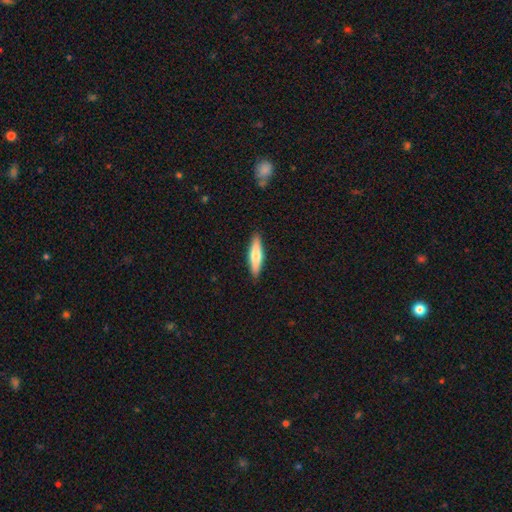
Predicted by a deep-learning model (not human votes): Smooth or featured?
  - smooth: 64% *
  - featured or disk: 30%
  - star or artifact: 5%
How rounded?
  - cigar-shaped: 75% *
  - in between: 24%
  - round: 2%
Merging?
  - none: 90% *
  - minor disturbance: 7%
  - major disturbance: 2%
  - merger: 1%